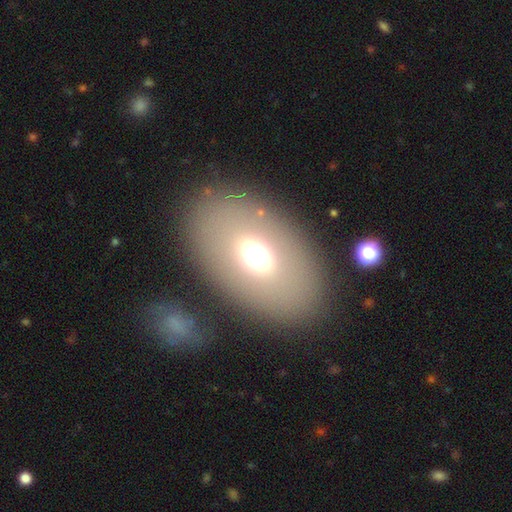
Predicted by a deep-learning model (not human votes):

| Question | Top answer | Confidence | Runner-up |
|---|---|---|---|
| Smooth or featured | smooth | 65% | featured or disk (24%) |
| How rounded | in between | 85% | round (14%) |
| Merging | none | 82% | minor disturbance (9%) |